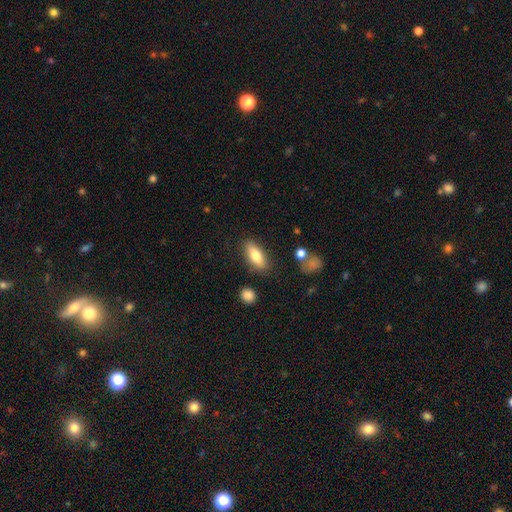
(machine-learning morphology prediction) smooth_or_featured: smooth (p=0.75) [alt: featured or disk p=0.18]
how_rounded: in between (p=0.71) [alt: cigar-shaped p=0.26]
merging: none (p=0.82) [alt: minor disturbance p=0.12]